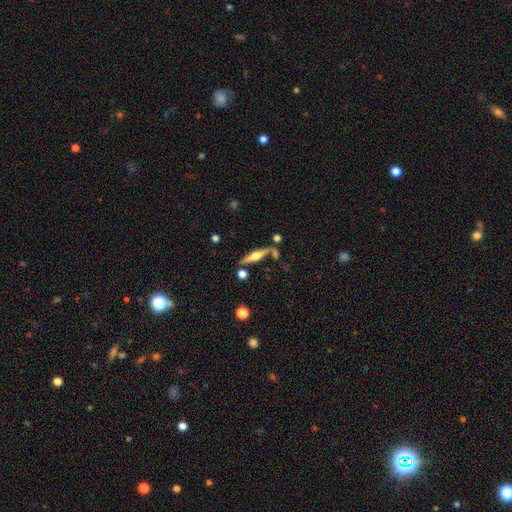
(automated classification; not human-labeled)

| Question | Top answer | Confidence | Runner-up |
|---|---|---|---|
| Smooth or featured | featured or disk | 72% | smooth (22%) |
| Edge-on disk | yes | 96% | no (4%) |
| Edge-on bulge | rounded | 94% | boxy (4%) |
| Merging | none | 72% | minor disturbance (13%) |